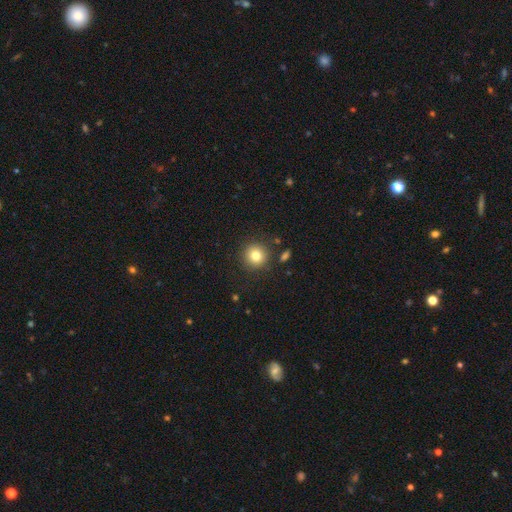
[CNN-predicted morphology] Smooth or featured: smooth — 81% (star or artifact — 11%)
How rounded: round — 94% (in between — 5%)
Merging: none — 87% (minor disturbance — 7%)